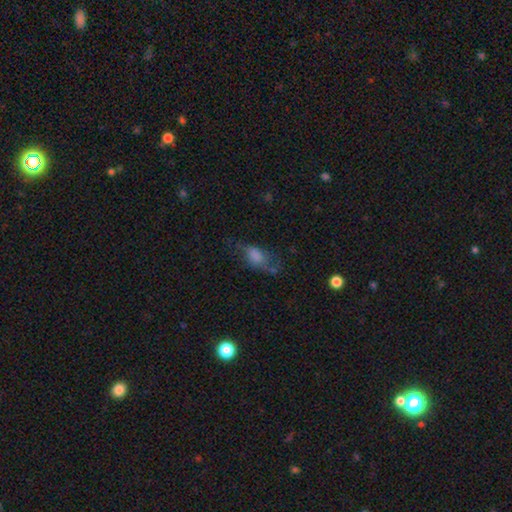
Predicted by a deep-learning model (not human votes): smooth_or_featured: smooth (p=0.51) [alt: featured or disk p=0.33]
how_rounded: in between (p=0.78) [alt: round p=0.11]
merging: none (p=0.43) [alt: major disturbance p=0.27]